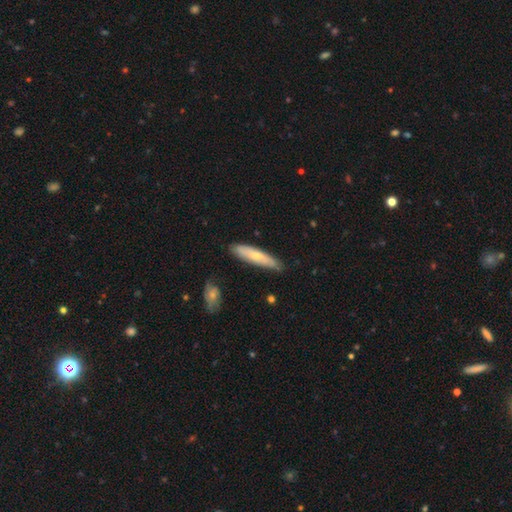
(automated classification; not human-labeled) Smooth or featured? Predicted: smooth (p=0.59). How rounded? Predicted: cigar-shaped (p=0.81). Merging? Predicted: none (p=0.80).